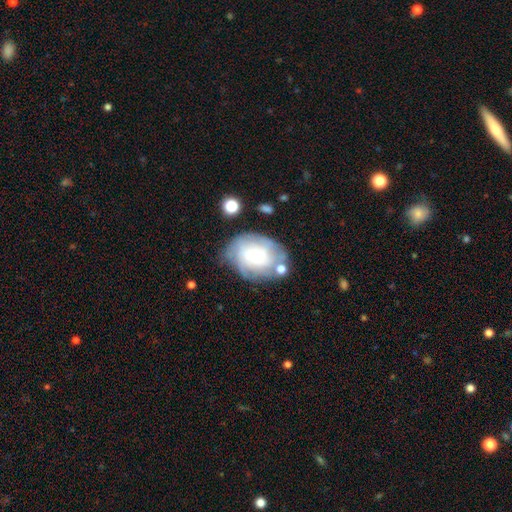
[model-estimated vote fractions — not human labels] Smooth or featured? featured or disk (54%)
Edge-on disk? no (96%)
Bar? no (77%)
Spiral arms? yes (68%)
Bulge size? small (64%)
Merging? none (58%)